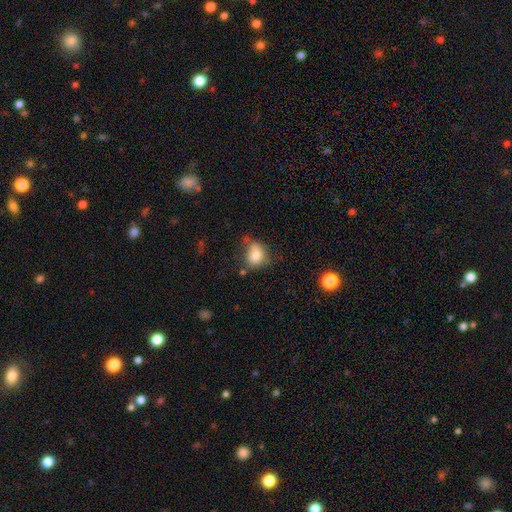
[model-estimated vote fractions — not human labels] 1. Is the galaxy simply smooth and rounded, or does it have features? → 79% smooth, 11% featured or disk, 10% star or artifact.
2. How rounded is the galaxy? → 56% round, 43% in between, 1% cigar-shaped.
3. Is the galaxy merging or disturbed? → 53% none, 30% minor disturbance, 10% major disturbance, 7% merger.